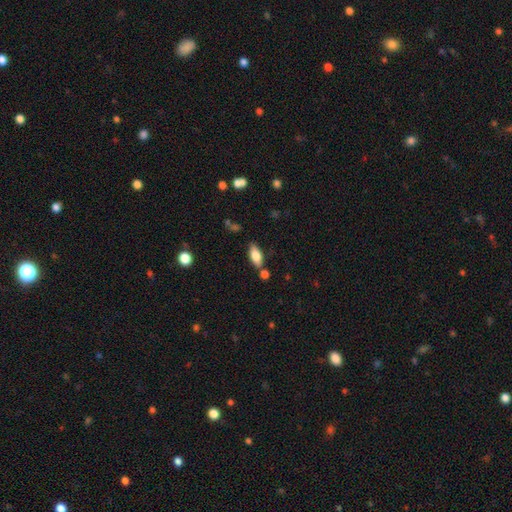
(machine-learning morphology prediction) This appears to be a smooth galaxy with no disk features (79%) that is in between round and cigar-shaped (85%). Merging: none (74%).